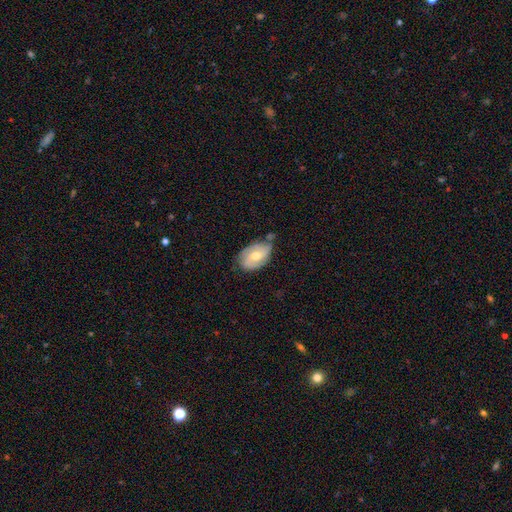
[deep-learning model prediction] Morphology: type=featured or disk (65%); edge-on=no (95%); bar=no (49%); spiral arms=yes (86%); winding=medium (43%); arm count=2 (66%); bulge=moderate (68%); merging=none (59%).